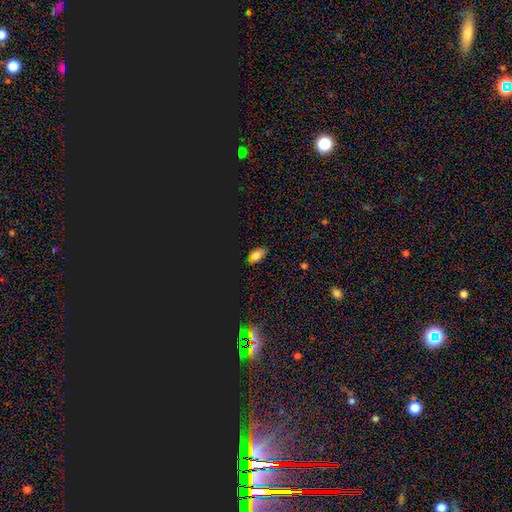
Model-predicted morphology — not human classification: smooth_or_featured: smooth (p=0.64) [alt: star or artifact p=0.27]
how_rounded: in between (p=0.86) [alt: round p=0.11]
merging: none (p=0.79) [alt: minor disturbance p=0.16]